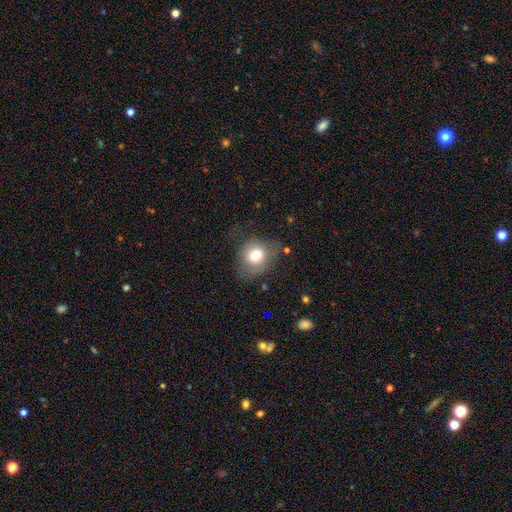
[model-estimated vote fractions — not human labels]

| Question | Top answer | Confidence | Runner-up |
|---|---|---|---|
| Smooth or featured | smooth | 75% | featured or disk (15%) |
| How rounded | round | 62% | in between (37%) |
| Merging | none | 59% | minor disturbance (26%) |